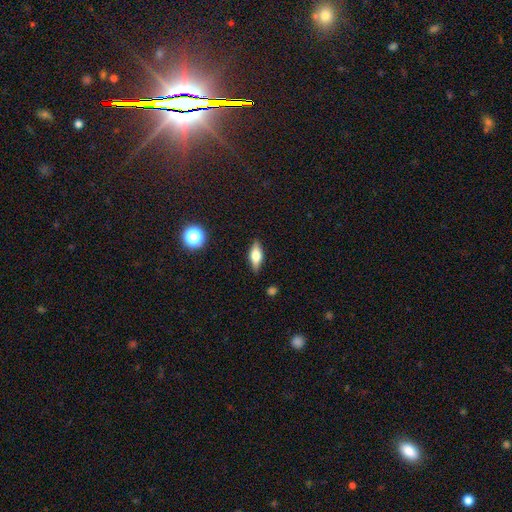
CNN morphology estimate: Smooth or featured?
  - smooth: 52% *
  - featured or disk: 40%
  - star or artifact: 9%
How rounded?
  - in between: 67% *
  - cigar-shaped: 28%
  - round: 5%
Merging?
  - none: 85% *
  - minor disturbance: 11%
  - major disturbance: 2%
  - merger: 1%